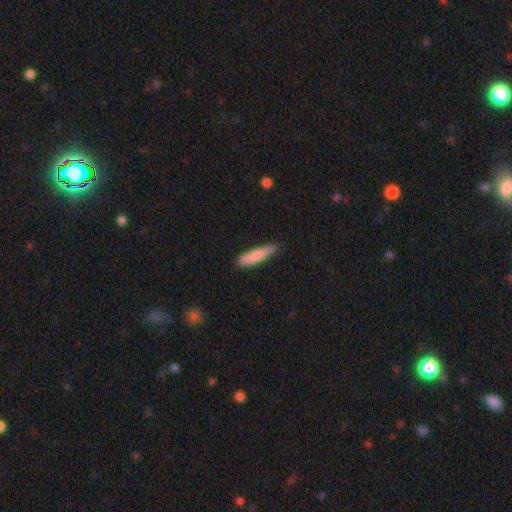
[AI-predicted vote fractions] smooth_or_featured: smooth (p=0.82) [alt: featured or disk p=0.13]
how_rounded: cigar-shaped (p=0.77) [alt: in between p=0.22]
merging: none (p=0.75) [alt: minor disturbance p=0.21]